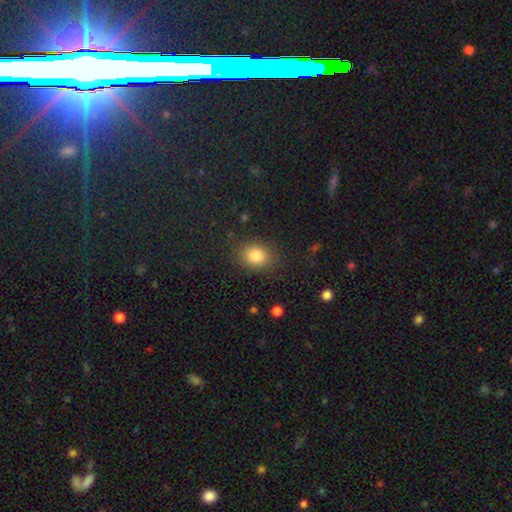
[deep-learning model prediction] smooth_or_featured: smooth (p=0.83) [alt: star or artifact p=0.10]
how_rounded: in between (p=0.51) [alt: round p=0.48]
merging: none (p=0.85) [alt: minor disturbance p=0.10]